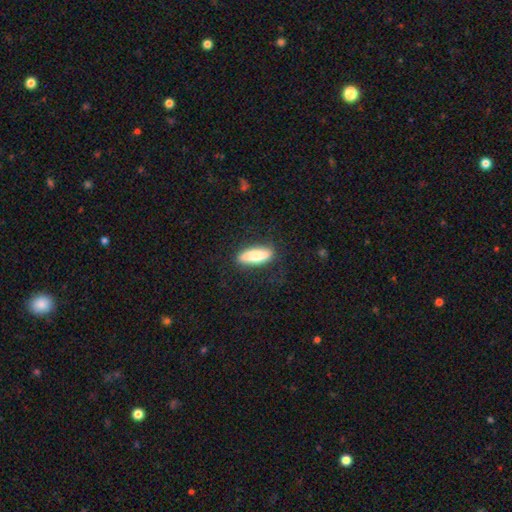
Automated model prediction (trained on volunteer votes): Morphology: type=smooth (74%); roundness=cigar-shaped (51%); merging=none (79%).